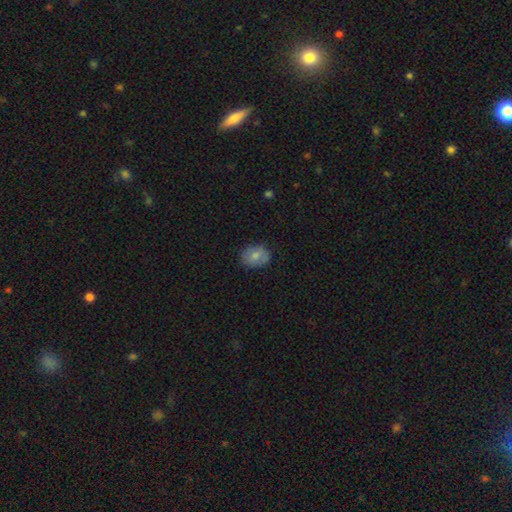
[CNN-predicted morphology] type=smooth (78%); roundness=in between (55%); merging=none (77%).